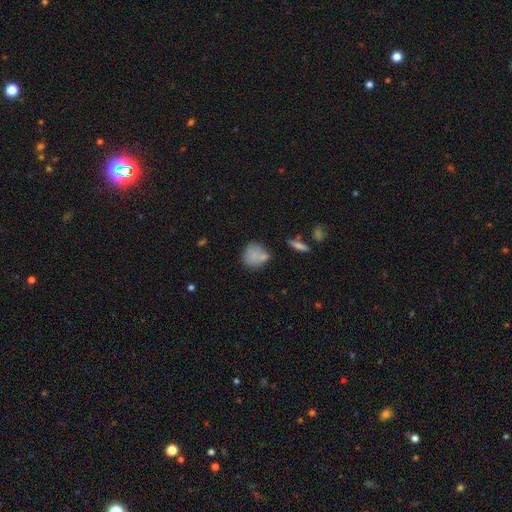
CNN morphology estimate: Smooth or featured? Predicted: smooth (p=0.75). How rounded? Predicted: round (p=0.77). Merging? Predicted: none (p=0.56).